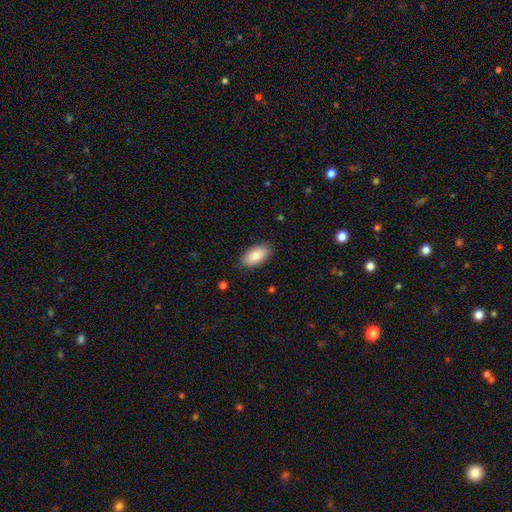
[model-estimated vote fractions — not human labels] smooth_or_featured: smooth (p=0.84) [alt: featured or disk p=0.09]
how_rounded: in between (p=0.93) [alt: cigar-shaped p=0.04]
merging: none (p=0.86) [alt: minor disturbance p=0.10]